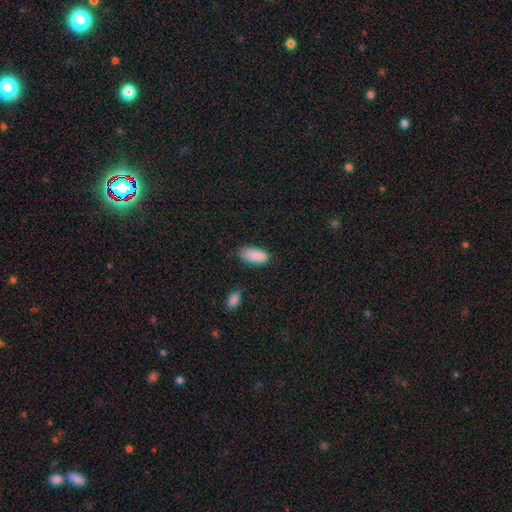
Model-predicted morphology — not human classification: This appears to be a smooth galaxy with no disk features (88%) that is in between round and cigar-shaped (85%). Merging: none (69%).